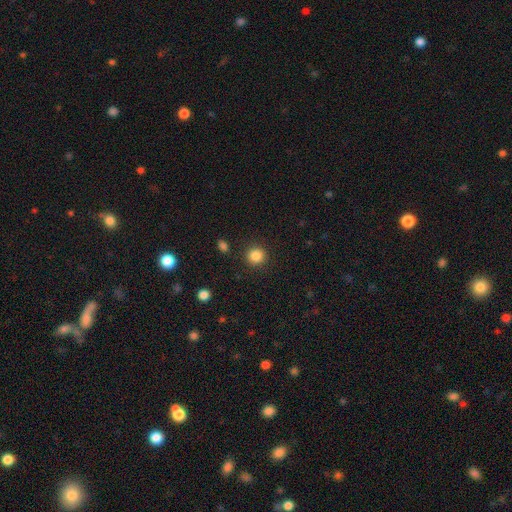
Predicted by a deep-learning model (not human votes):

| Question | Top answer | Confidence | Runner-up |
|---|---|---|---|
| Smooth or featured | smooth | 85% | star or artifact (11%) |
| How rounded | round | 91% | in between (8%) |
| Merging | none | 90% | minor disturbance (6%) |